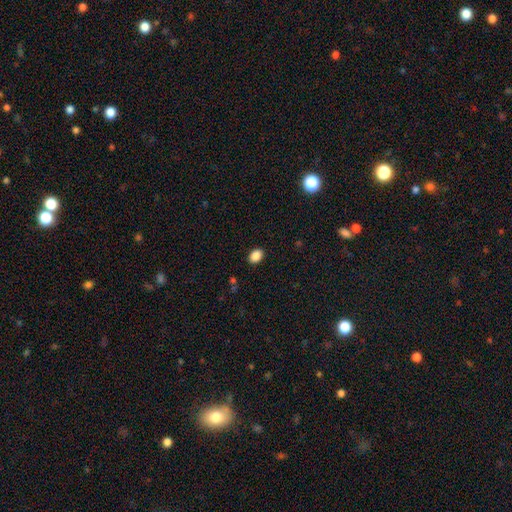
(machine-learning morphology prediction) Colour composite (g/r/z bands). It shows a smooth galaxy with no disk features (88%) that is in between round and cigar-shaped (72%). Merging: none (90%).